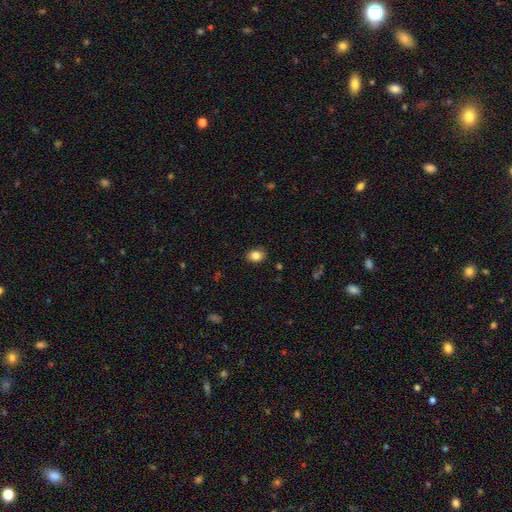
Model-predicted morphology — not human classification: Smooth or featured? smooth (85%)
How rounded? in between (67%)
Merging? none (88%)